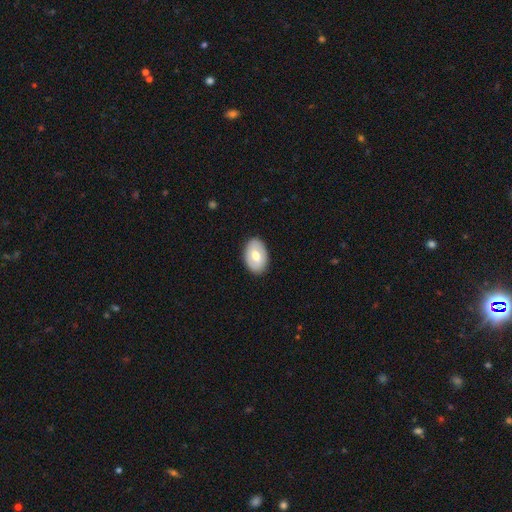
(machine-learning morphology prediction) Q: Smooth or featured?
A: smooth (60%); runner-up: featured or disk (34%)
Q: How rounded?
A: in between (88%); runner-up: round (11%)
Q: Merging?
A: none (88%); runner-up: minor disturbance (9%)